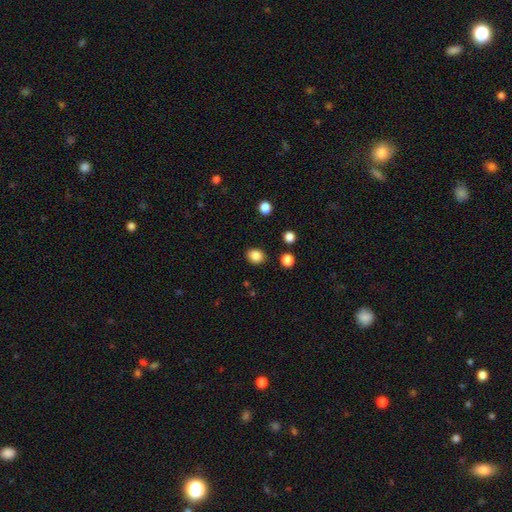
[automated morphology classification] The model was most divided on "how rounded": round: 57%, in between: 42%, cigar-shaped: 1%. More confident: merging — none (86%); smooth or featured — smooth (85%).